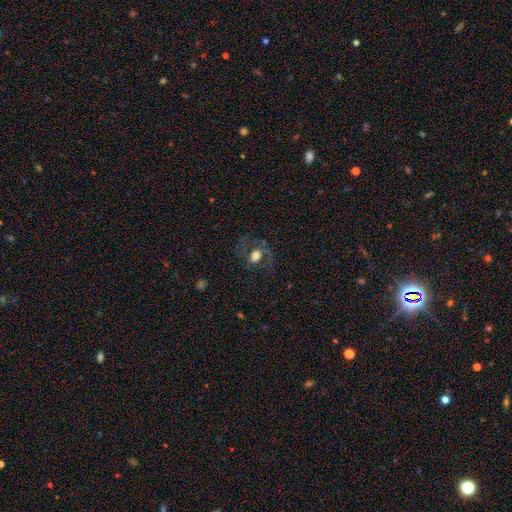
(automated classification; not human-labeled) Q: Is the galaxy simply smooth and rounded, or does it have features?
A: featured or disk — 47%.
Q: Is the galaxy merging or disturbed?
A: none — 60%.